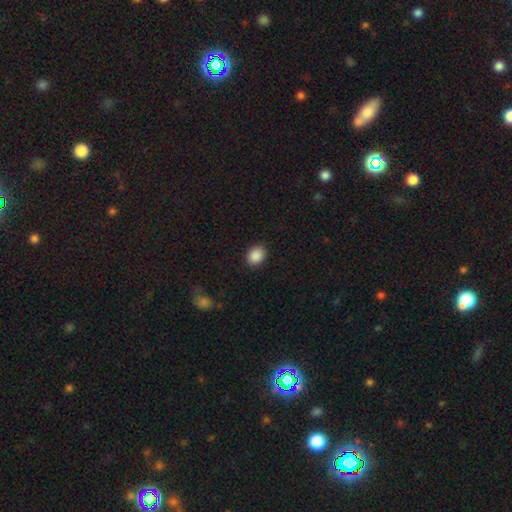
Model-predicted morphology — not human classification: A smooth galaxy with no disk features (89%) that is in between round and cigar-shaped (54%). Merging: none (89%).